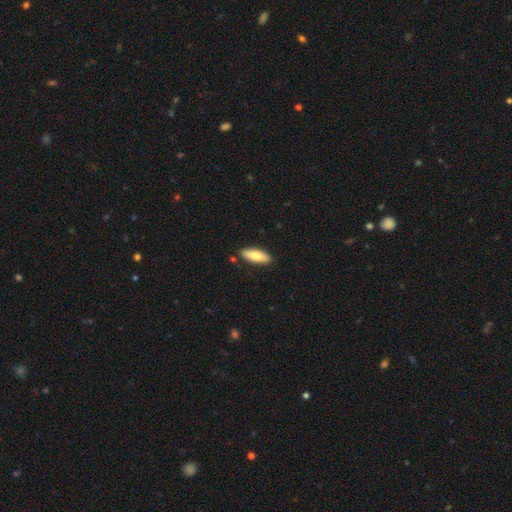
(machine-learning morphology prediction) smooth-or-featured: smooth: 78% | featured or disk: 17% | star or artifact: 6%
  how-rounded: in between: 68% | cigar-shaped: 30% | round: 2%
  merging: none: 86% | minor disturbance: 10% | merger: 3% | major disturbance: 2%